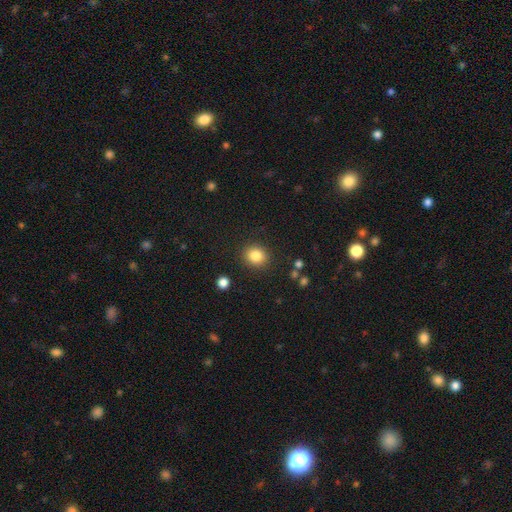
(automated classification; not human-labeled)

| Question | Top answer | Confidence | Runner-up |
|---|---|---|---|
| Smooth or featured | smooth | 84% | star or artifact (10%) |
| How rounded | round | 78% | in between (22%) |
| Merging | none | 87% | minor disturbance (8%) |